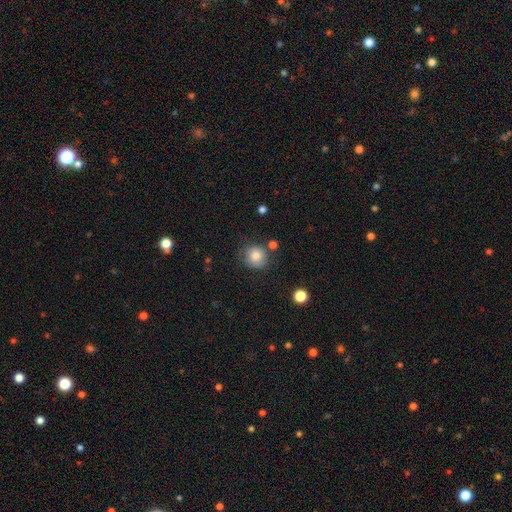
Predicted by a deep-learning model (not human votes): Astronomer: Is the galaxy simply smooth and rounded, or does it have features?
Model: smooth — 81%.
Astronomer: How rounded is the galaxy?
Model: round — 86%.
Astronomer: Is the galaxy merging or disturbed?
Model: none — 73%.